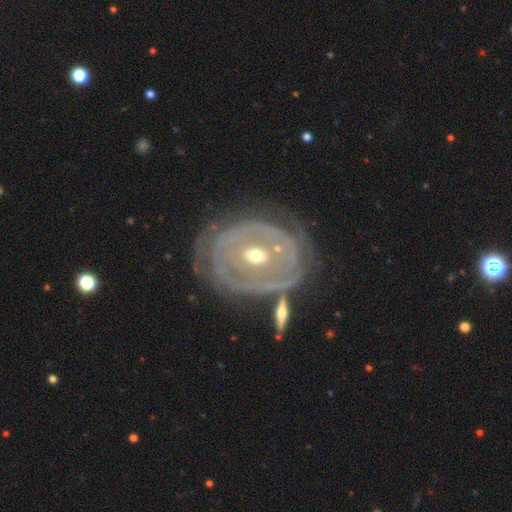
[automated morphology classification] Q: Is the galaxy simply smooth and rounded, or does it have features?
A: featured or disk — 80%.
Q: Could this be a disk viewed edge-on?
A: no — 94%.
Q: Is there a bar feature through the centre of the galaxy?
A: no — 60%.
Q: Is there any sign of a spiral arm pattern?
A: yes — 62%.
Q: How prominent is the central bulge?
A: moderate — 52%.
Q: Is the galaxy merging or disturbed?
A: none — 49%.